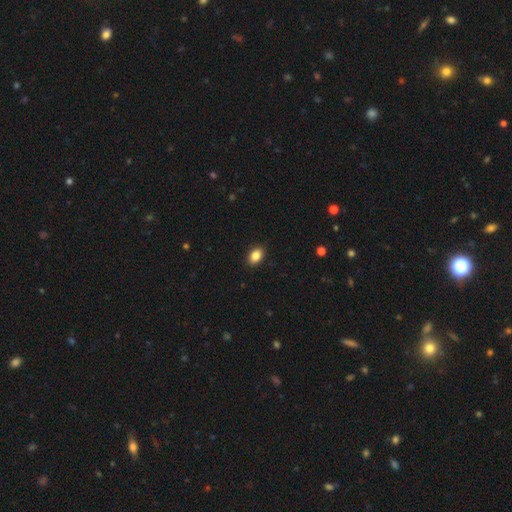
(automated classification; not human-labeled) smooth-or-featured: smooth: 86% | star or artifact: 9% | featured or disk: 5%
  how-rounded: in between: 82% | round: 16% | cigar-shaped: 1%
  merging: none: 90% | minor disturbance: 7% | major disturbance: 2% | merger: 1%